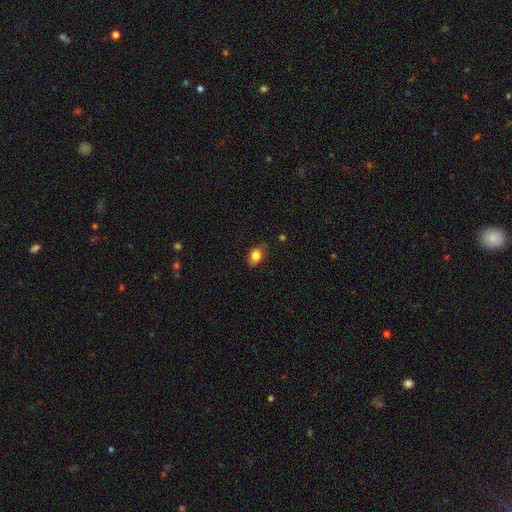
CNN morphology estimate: smooth 83%, star or artifact 8%, featured or disk 8%. Down the decision tree: how rounded — in between (77%); merging — none (79%).